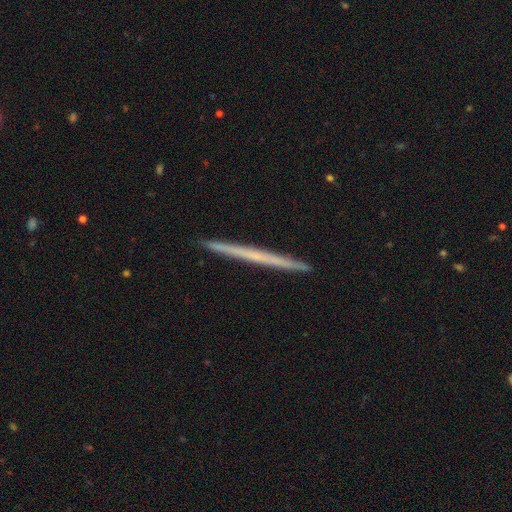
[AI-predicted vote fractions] Q: Smooth or featured?
A: featured or disk (55%); runner-up: smooth (39%)
Q: Edge-on disk?
A: yes (98%); runner-up: no (2%)
Q: Edge-on bulge?
A: none (87%); runner-up: rounded (11%)
Q: Merging?
A: none (92%); runner-up: minor disturbance (6%)